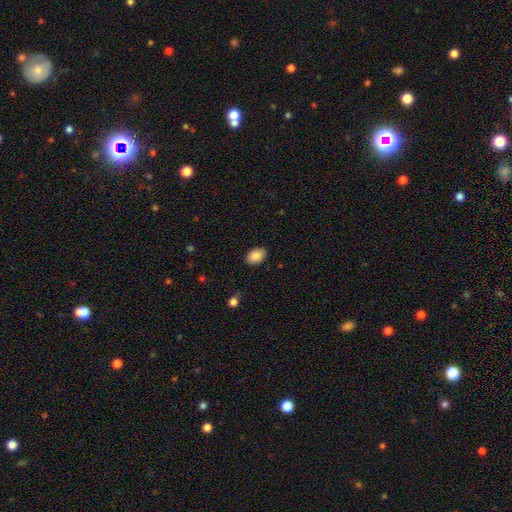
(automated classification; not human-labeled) smooth 88%, star or artifact 7%, featured or disk 5%. Down the decision tree: how rounded — in between (87%); merging — none (88%).